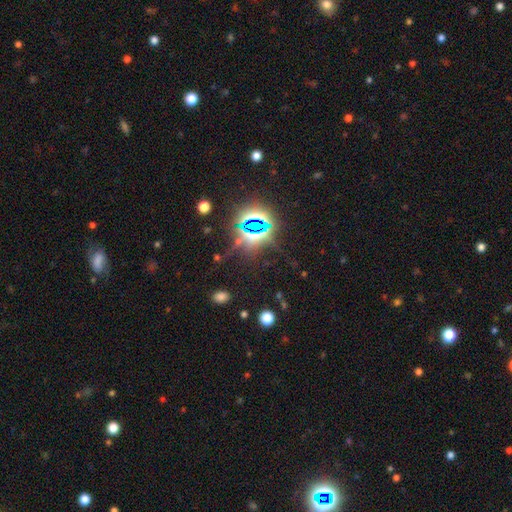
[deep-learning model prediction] The model was most divided on "smooth or featured": star or artifact: 68%, smooth: 19%, featured or disk: 13%.